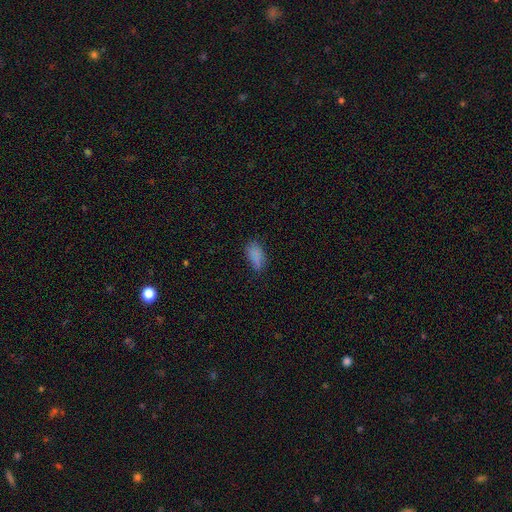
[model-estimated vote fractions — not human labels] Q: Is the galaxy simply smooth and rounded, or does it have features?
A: smooth — 79%.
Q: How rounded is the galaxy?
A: in between — 92%.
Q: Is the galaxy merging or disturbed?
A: none — 67%.